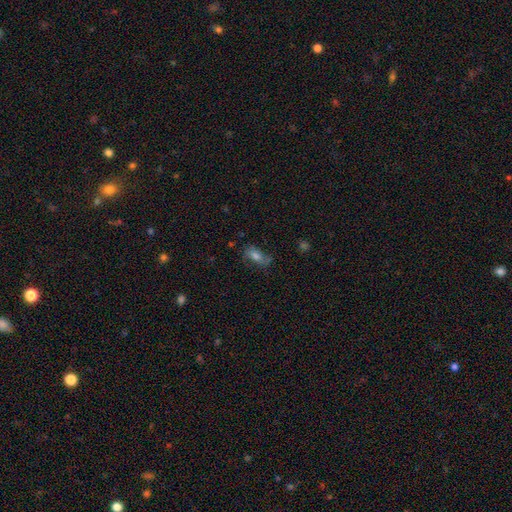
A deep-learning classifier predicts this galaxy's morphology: Smooth or featured? smooth (52%)
How rounded? in between (82%)
Merging? none (58%)